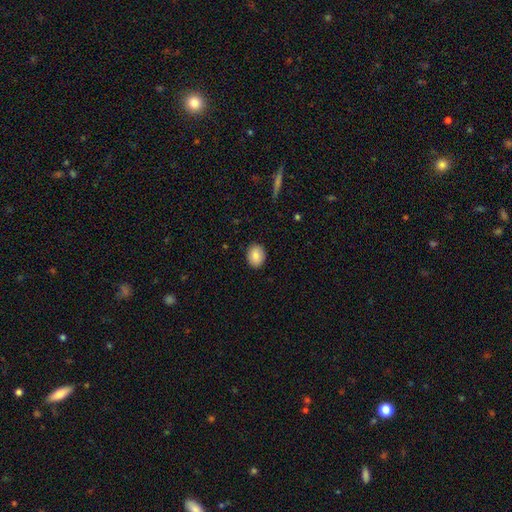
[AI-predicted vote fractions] smooth_or_featured: smooth (p=0.87) [alt: star or artifact p=0.07]
how_rounded: in between (p=0.55) [alt: round p=0.44]
merging: none (p=0.89) [alt: minor disturbance p=0.08]